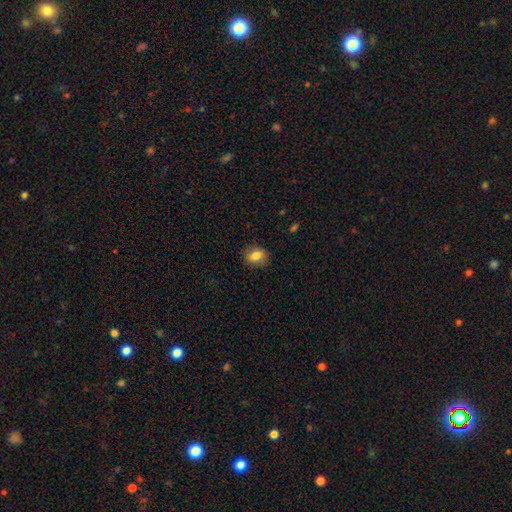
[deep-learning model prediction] Smooth or featured: smooth — 79% (featured or disk — 12%)
How rounded: in between — 60% (round — 38%)
Merging: none — 84% (minor disturbance — 12%)